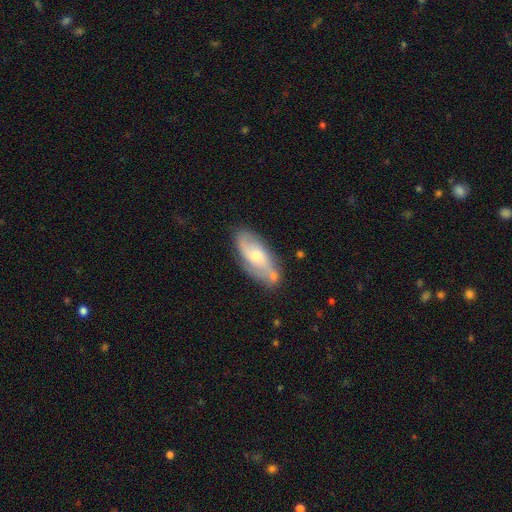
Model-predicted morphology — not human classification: The model was most divided on "smooth or featured": featured or disk: 55%, smooth: 39%, star or artifact: 6%. More confident: edge-on disk — no (87%); merging — none (67%).